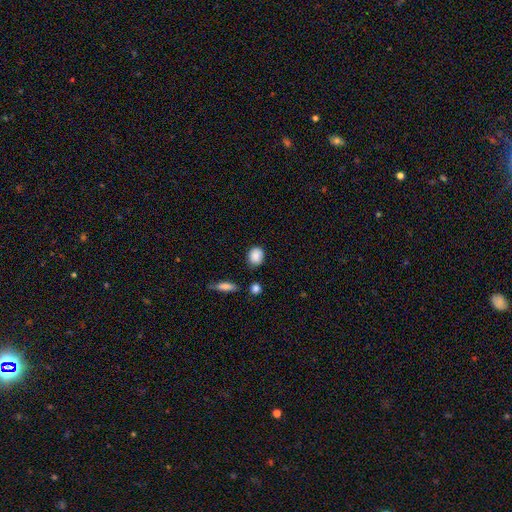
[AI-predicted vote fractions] Morphology: type=smooth (88%); roundness=round (51%); merging=none (81%).